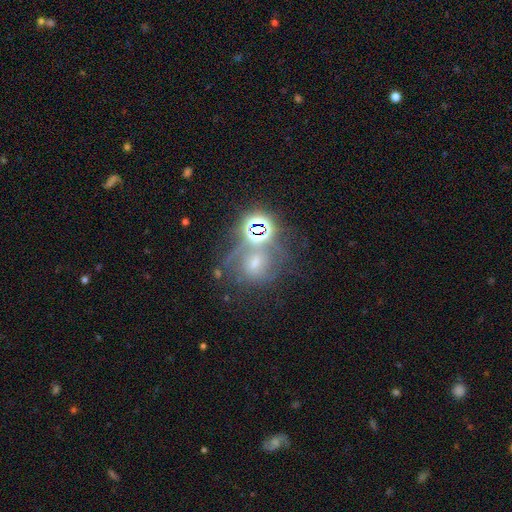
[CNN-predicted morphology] A star or artifact, not a galaxy (50%).

Vote fractions:
- Smooth or featured? star or artifact: 50% / featured or disk: 28% / smooth: 21%